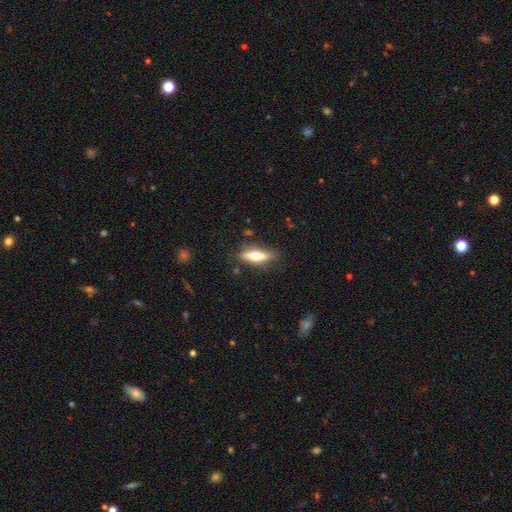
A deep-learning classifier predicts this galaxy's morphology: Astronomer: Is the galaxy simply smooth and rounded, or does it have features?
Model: smooth — 50% (runner-up: featured or disk, 44%).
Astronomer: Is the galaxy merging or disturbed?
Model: none — 81%.